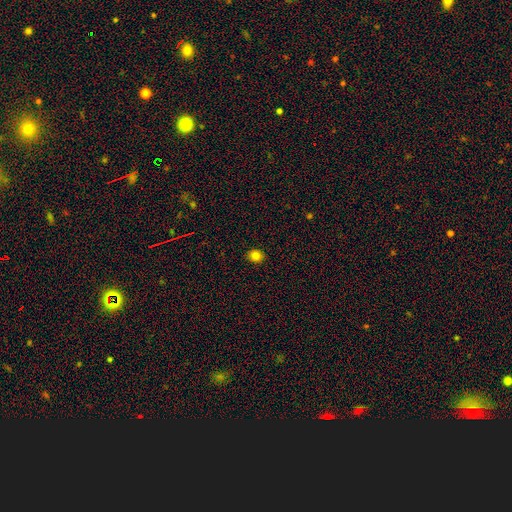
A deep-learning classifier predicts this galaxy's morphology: Smooth or featured? Predicted: smooth (p=0.81). How rounded? Predicted: round (p=0.73). Merging? Predicted: none (p=0.91).